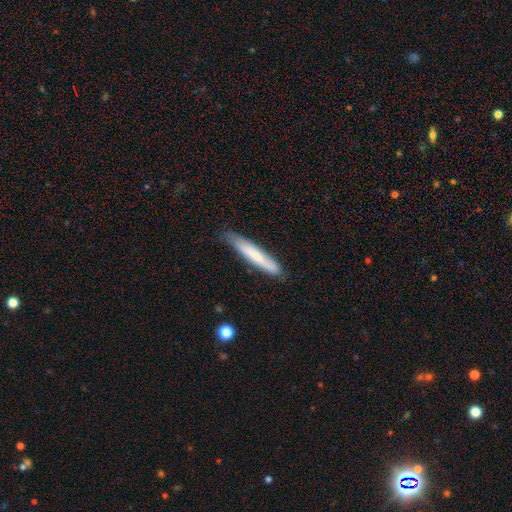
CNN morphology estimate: Smooth or featured? smooth (66%)
How rounded? cigar-shaped (92%)
Merging? none (74%)